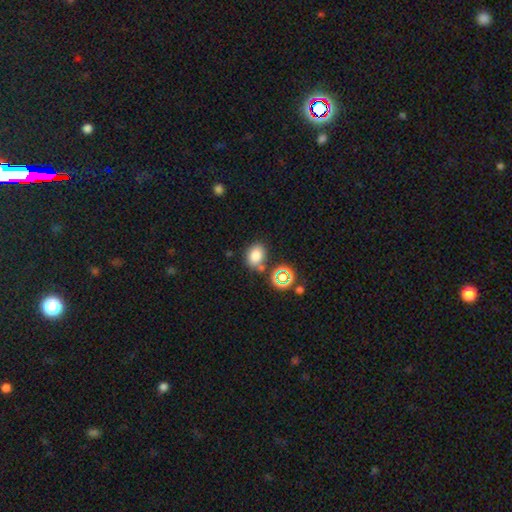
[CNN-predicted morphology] This appears to be a smooth galaxy with no disk features (77%) that is in between round and cigar-shaped (58%). Merging: none (68%).